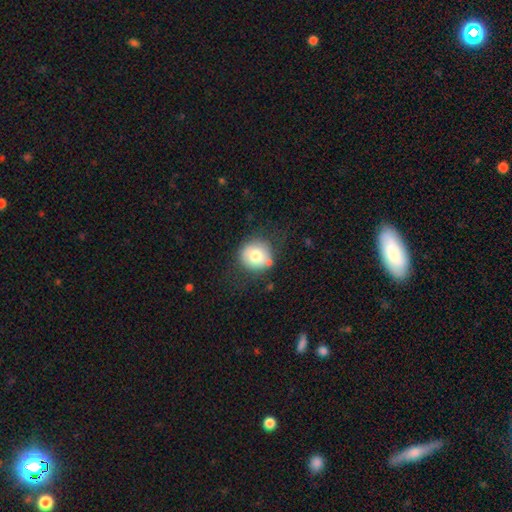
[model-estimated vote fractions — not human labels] Overall: smooth (72%). How rounded: round (90%). Merging: none (72%).